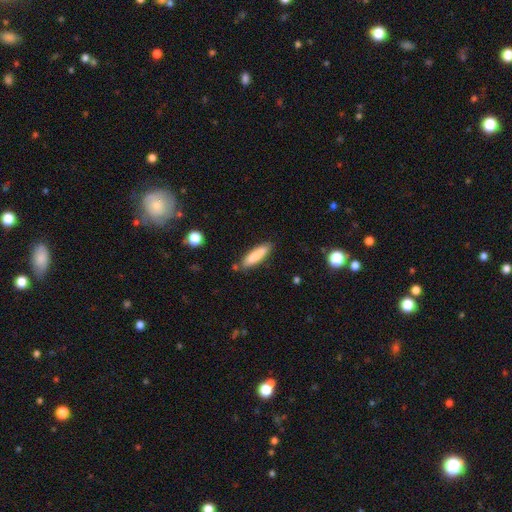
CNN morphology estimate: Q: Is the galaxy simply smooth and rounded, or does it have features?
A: smooth — 81%.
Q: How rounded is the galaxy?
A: cigar-shaped — 67%.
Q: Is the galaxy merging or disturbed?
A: none — 82%.